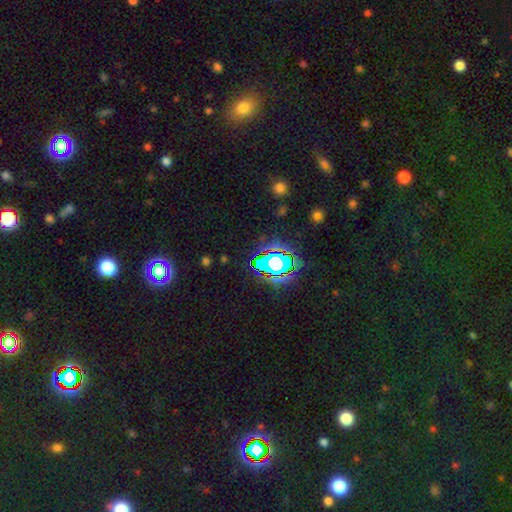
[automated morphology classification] type=star or artifact (76%).